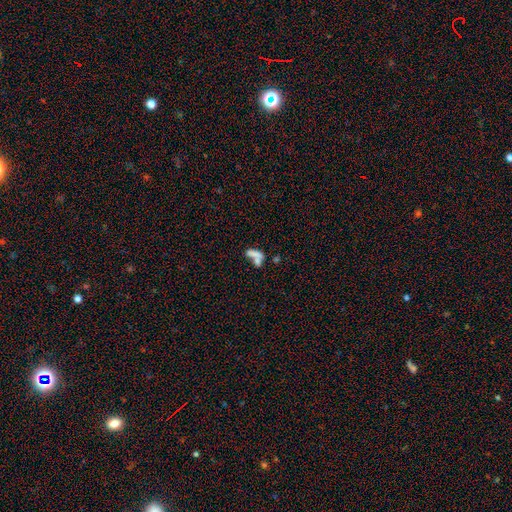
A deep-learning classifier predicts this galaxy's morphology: Smooth or featured? Predicted: smooth (p=0.65). How rounded? Predicted: in between (p=0.66). Merging? Predicted: merger (p=0.58).